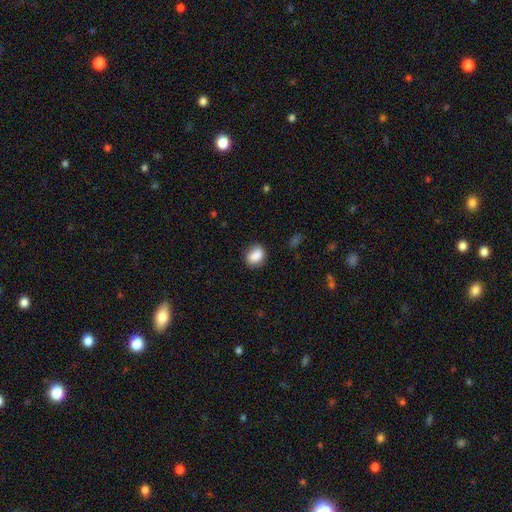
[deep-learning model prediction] Smooth or featured? smooth (87%)
How rounded? in between (66%)
Merging? none (78%)